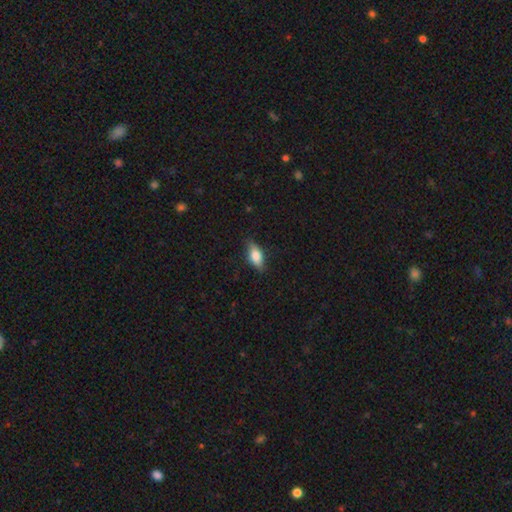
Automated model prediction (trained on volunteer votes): Smooth or featured? smooth (72%)
How rounded? in between (81%)
Merging? none (79%)